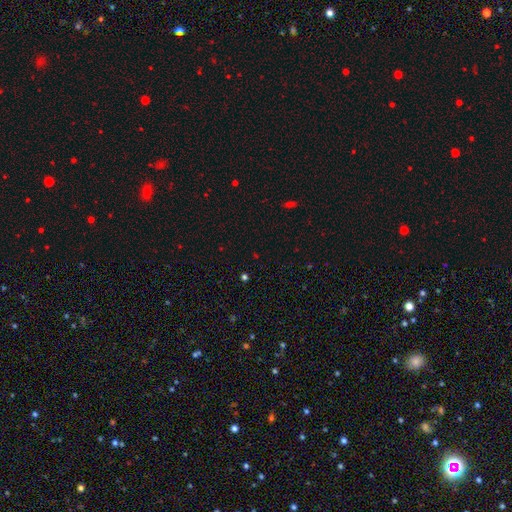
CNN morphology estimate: A star or artifact, not a galaxy (61%).

Vote fractions:
- Smooth or featured? star or artifact: 61% / smooth: 32% / featured or disk: 7%